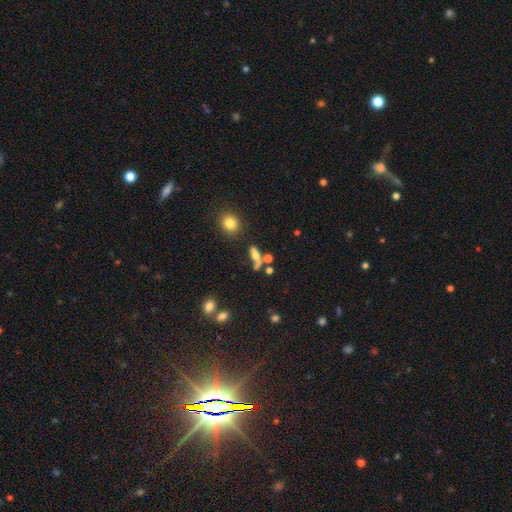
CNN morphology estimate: A smooth galaxy with no disk features (54%) that is in between round and cigar-shaped (45%).

Vote fractions:
- Smooth or featured? smooth: 54% / featured or disk: 30% / star or artifact: 16%
- How rounded? in between: 45% / cigar-shaped: 40% / round: 15%
- Merging? none: 39% / merger: 33% / minor disturbance: 15% / major disturbance: 13%